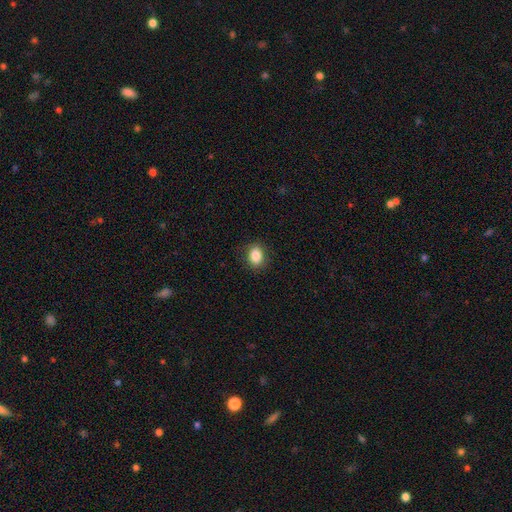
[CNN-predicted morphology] A smooth galaxy with no disk features (86%) that is in between round and cigar-shaped (60%). Merging: none (87%).